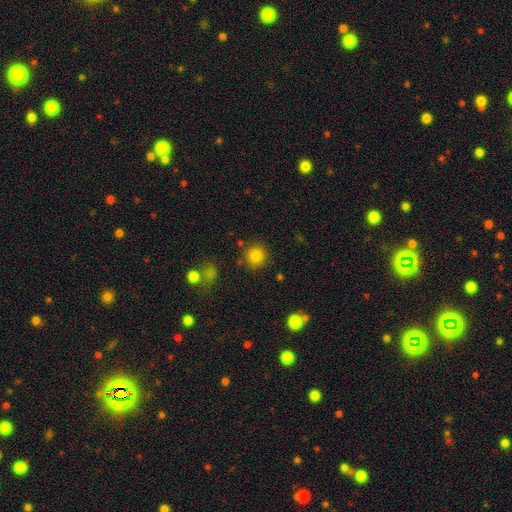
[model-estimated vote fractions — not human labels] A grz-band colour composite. It shows a smooth galaxy with no disk features (81%) that is round (92%). Merging: none (85%).